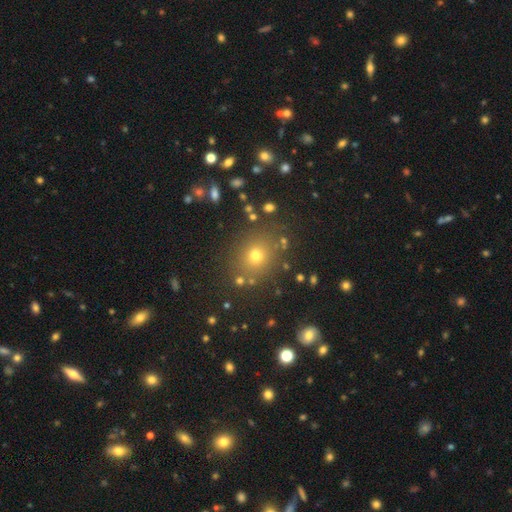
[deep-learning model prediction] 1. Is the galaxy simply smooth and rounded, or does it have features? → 70% smooth, 21% star or artifact, 9% featured or disk.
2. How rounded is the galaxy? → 76% round, 23% in between, 1% cigar-shaped.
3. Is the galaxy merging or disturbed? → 82% none, 9% minor disturbance, 5% merger, 4% major disturbance.